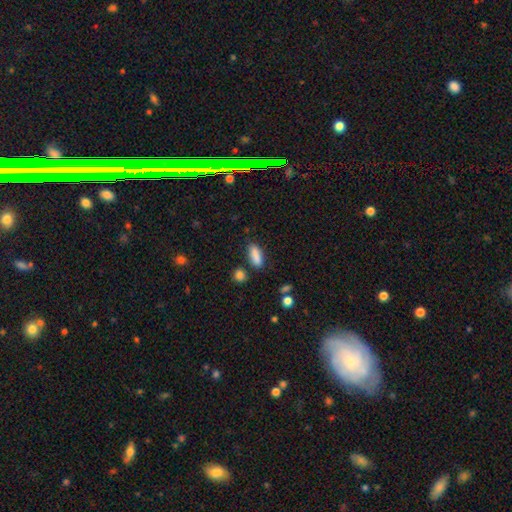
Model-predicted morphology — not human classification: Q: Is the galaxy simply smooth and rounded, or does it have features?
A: smooth — 86%.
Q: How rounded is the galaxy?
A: in between — 60%.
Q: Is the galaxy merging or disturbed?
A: none — 79%.